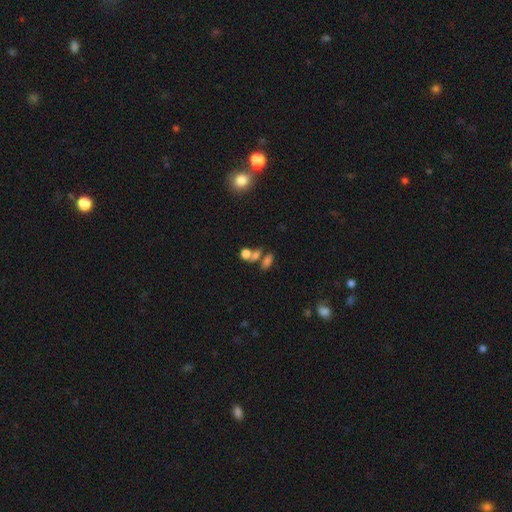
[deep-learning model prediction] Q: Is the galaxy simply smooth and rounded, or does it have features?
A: smooth — 43%.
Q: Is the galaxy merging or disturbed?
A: none — 53%.